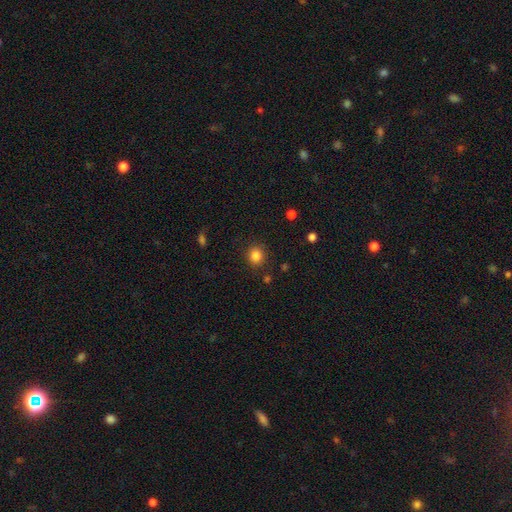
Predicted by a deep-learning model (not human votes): smooth_or_featured: smooth (p=0.84) [alt: star or artifact p=0.11]
how_rounded: round (p=0.83) [alt: in between p=0.16]
merging: none (p=0.88) [alt: minor disturbance p=0.08]